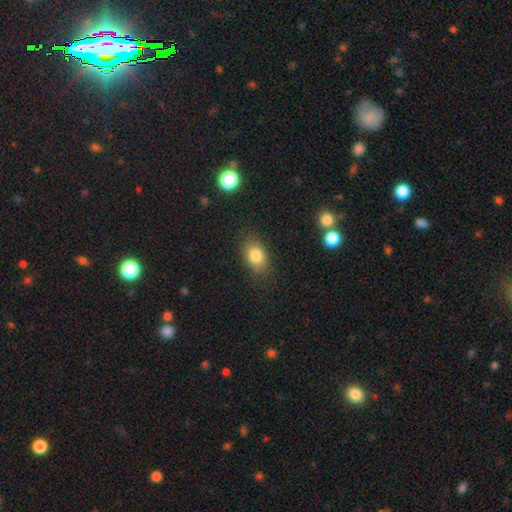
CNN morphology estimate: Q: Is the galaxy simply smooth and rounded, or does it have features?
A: smooth — 81%.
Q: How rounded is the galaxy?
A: in between — 74%.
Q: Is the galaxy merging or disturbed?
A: none — 81%.